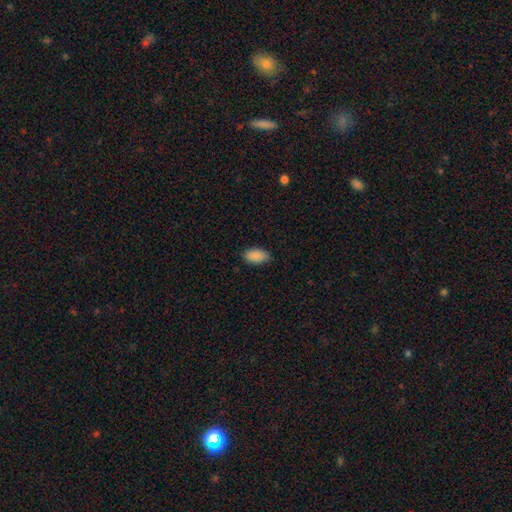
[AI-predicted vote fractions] Overall: smooth (90%). How rounded: in between (94%). Merging: none (86%).